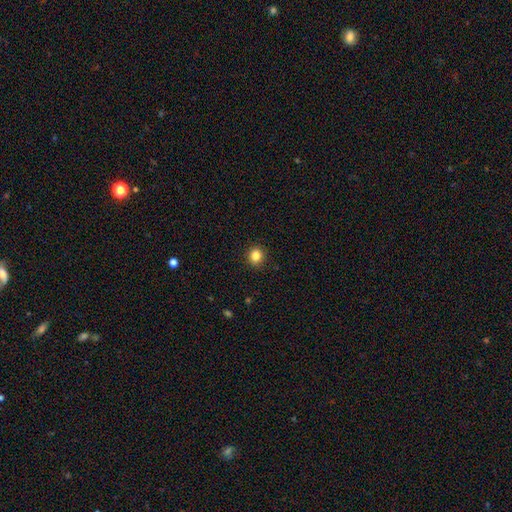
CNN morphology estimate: This is clearly a smooth galaxy (84%). How rounded: clearly round (81%). Merging: clearly none (92%).